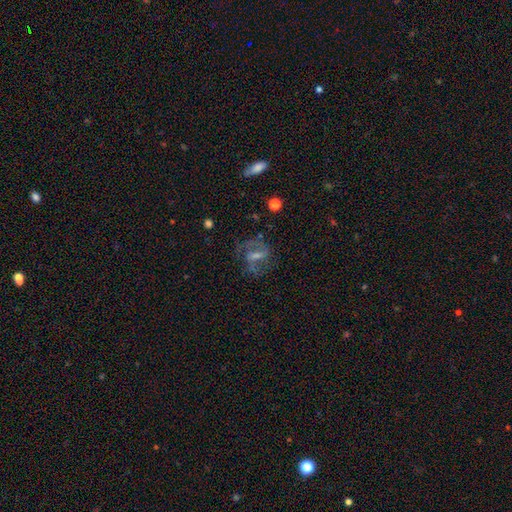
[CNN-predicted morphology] Smooth or featured: featured or disk — 73% (smooth — 14%)
Edge-on disk: no — 94% (yes — 6%)
Bar: weak — 45% (strong — 36%)
Spiral arms: yes — 86% (no — 14%)
Spiral winding: medium — 50% (loose — 28%)
Spiral arm count: 2 — 73% (can't tell — 15%)
Bulge size: small — 46% (moderate — 31%)
Merging: none — 65% (minor disturbance — 16%)